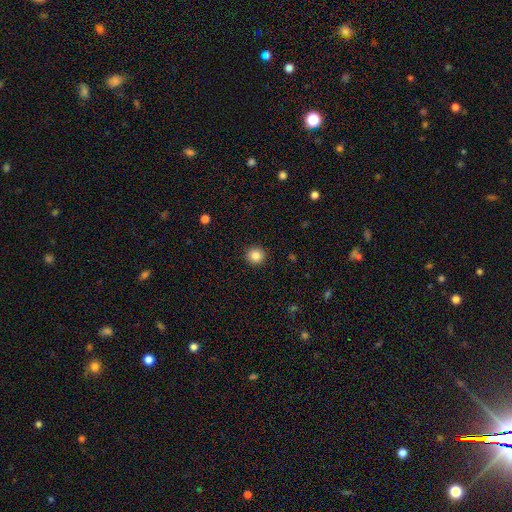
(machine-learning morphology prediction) The model was most divided on "smooth or featured": smooth: 83%, star or artifact: 11%, featured or disk: 6%. More confident: how rounded — round (94%); merging — none (93%).